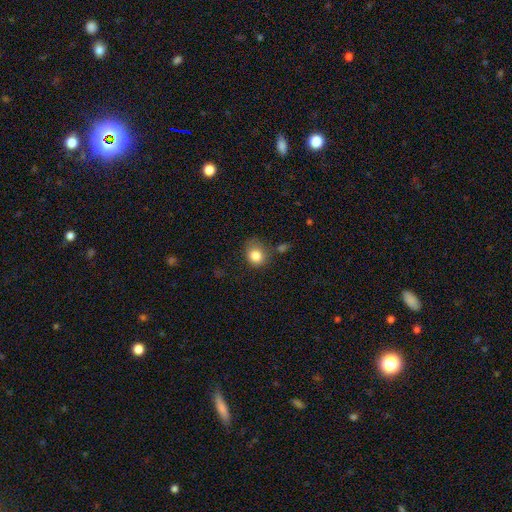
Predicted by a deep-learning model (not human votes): smooth 82%, star or artifact 10%, featured or disk 8%. Down the decision tree: how rounded — round (67%); merging — none (55%).